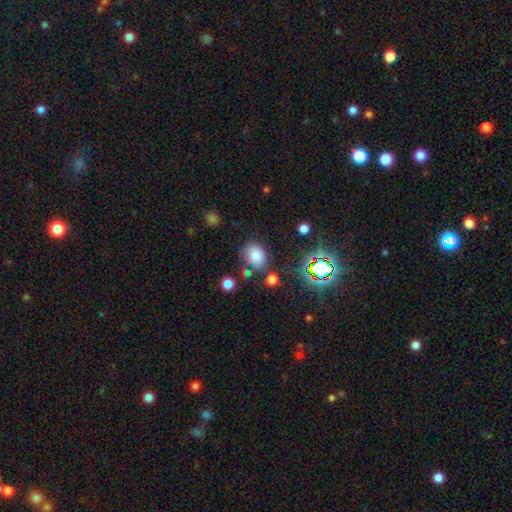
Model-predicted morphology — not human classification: Smooth or featured? smooth (78%)
How rounded? in between (57%)
Merging? none (67%)